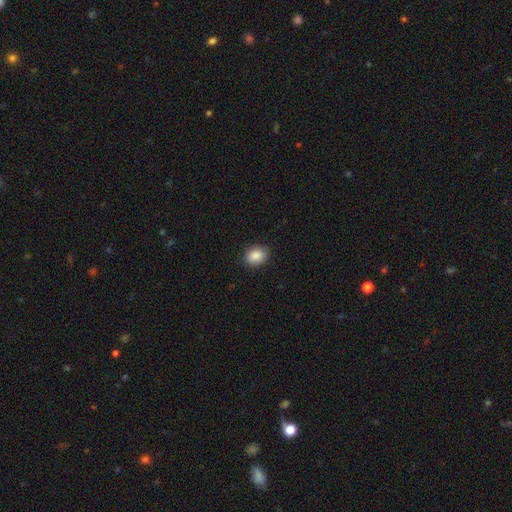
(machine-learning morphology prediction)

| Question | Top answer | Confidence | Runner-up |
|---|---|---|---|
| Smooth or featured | smooth | 89% | star or artifact (8%) |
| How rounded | in between | 61% | round (38%) |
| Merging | none | 88% | minor disturbance (9%) |